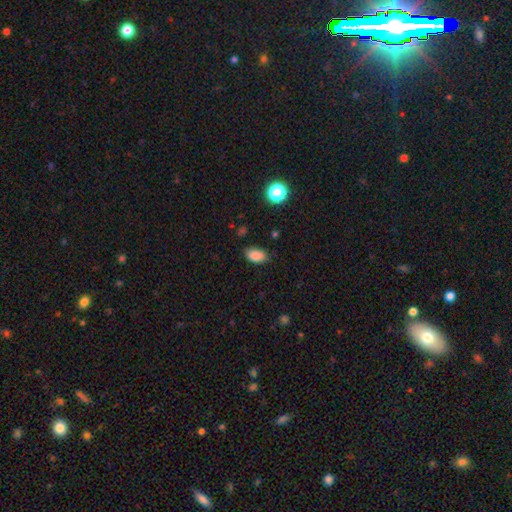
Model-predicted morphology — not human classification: A smooth galaxy with no disk features (85%) that is in between round and cigar-shaped (90%). Merging: none (78%).